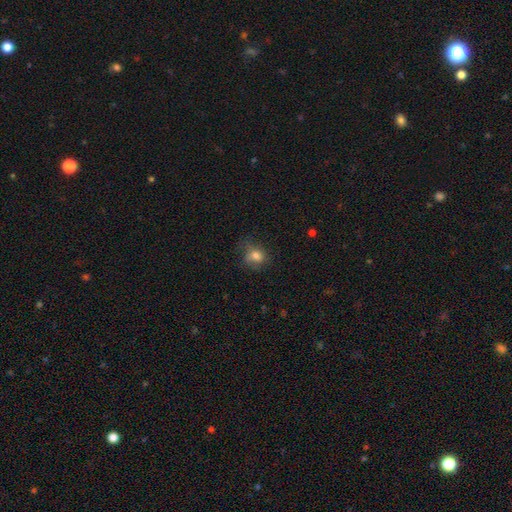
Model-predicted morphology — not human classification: The model was most divided on "how rounded": round: 62%, in between: 36%, cigar-shaped: 1%. More confident: smooth or featured — smooth (74%); merging — none (59%).